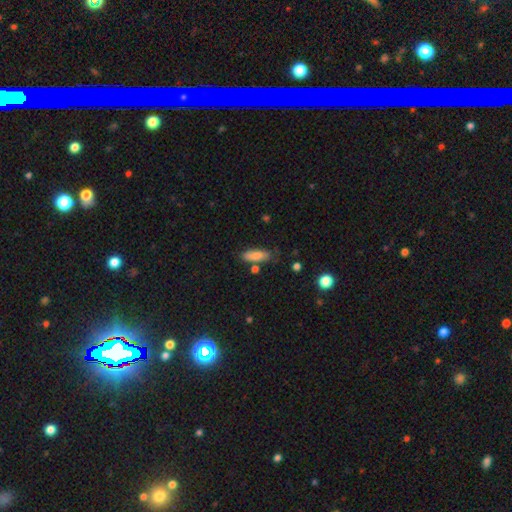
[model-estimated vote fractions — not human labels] smooth 83%, featured or disk 10%, star or artifact 7%. Down the decision tree: how rounded — in between (60%); merging — none (70%).